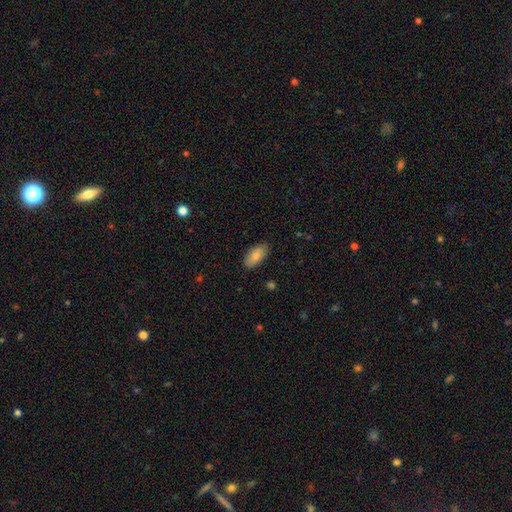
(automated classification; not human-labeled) Overall: smooth (84%). How rounded: in between (93%). Merging: none (86%).